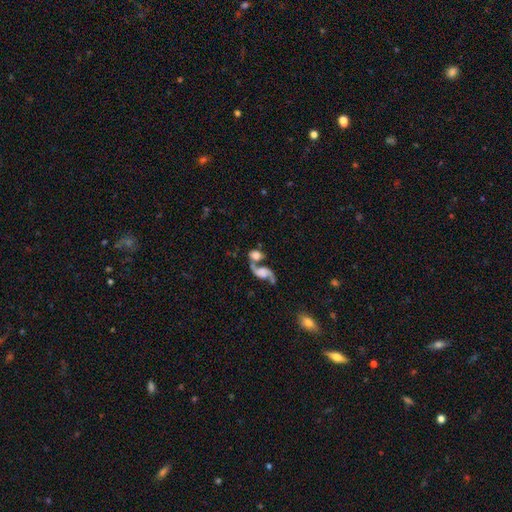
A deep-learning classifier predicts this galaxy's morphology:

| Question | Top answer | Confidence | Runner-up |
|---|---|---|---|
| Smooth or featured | featured or disk | 53% | smooth (37%) |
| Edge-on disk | no | 94% | yes (6%) |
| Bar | no | 67% | weak (25%) |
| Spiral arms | yes | 82% | no (18%) |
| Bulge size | none | 34% | large (22%) |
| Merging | merger | 56% | none (26%) |